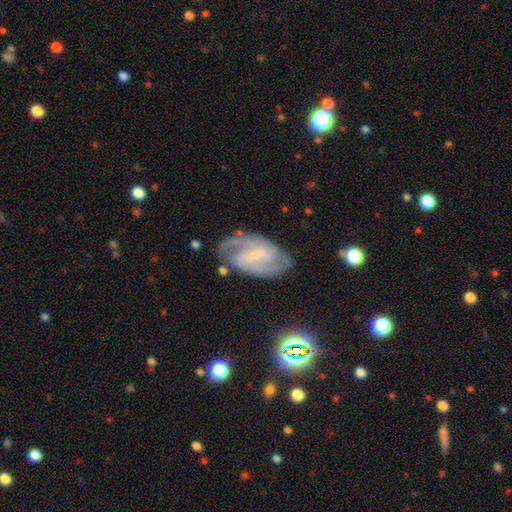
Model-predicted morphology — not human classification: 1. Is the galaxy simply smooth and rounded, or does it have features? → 84% featured or disk, 9% smooth, 6% star or artifact.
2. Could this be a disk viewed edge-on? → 97% no, 3% yes.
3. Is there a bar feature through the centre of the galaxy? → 46% weak, 35% no, 19% strong.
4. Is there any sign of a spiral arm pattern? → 96% yes, 4% no.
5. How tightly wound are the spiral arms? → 49% medium, 38% tight, 14% loose.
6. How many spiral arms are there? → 72% 2, 12% can't tell, 9% 3, 3% 1, 3% 4, 2% more than 4.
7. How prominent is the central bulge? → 73% small, 13% none, 11% moderate, 1% large, 1% dominant.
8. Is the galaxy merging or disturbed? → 74% none, 17% minor disturbance, 7% major disturbance, 2% merger.